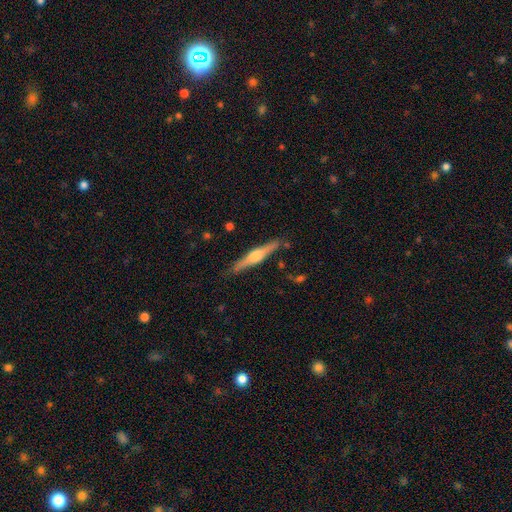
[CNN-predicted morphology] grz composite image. It shows a featured or disk galaxy (67%) viewed edge-on (97%) with a rounded central bulge (84%). Merging: none (86%).